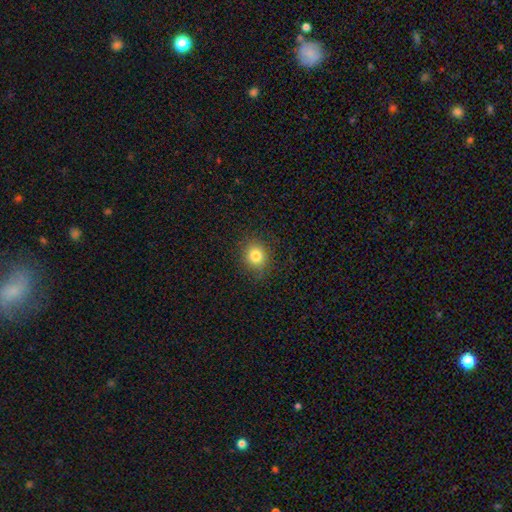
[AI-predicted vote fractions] smooth 81%, star or artifact 12%, featured or disk 7%. Down the decision tree: how rounded — round (75%); merging — none (87%).